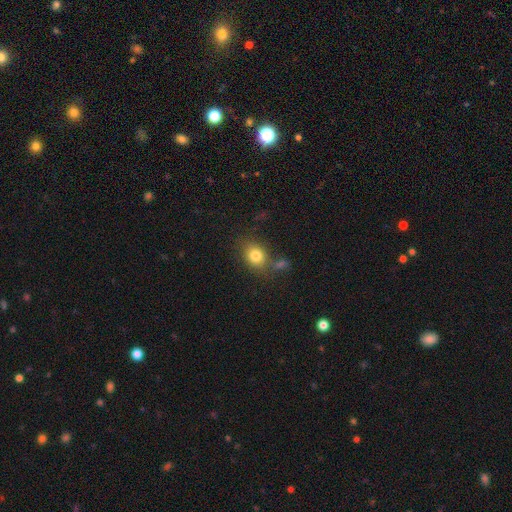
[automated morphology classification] The model was most divided on "how rounded": round: 54%, in between: 44%, cigar-shaped: 1%. More confident: smooth or featured — smooth (80%); merging — none (67%).